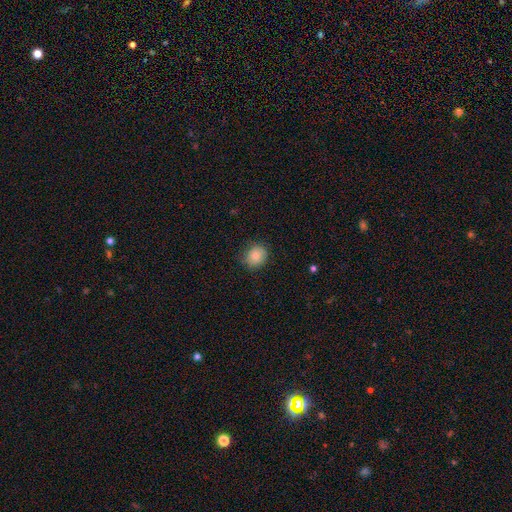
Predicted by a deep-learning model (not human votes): This appears to be a smooth galaxy with no disk features (84%) that is round (74%). Merging: none (83%).